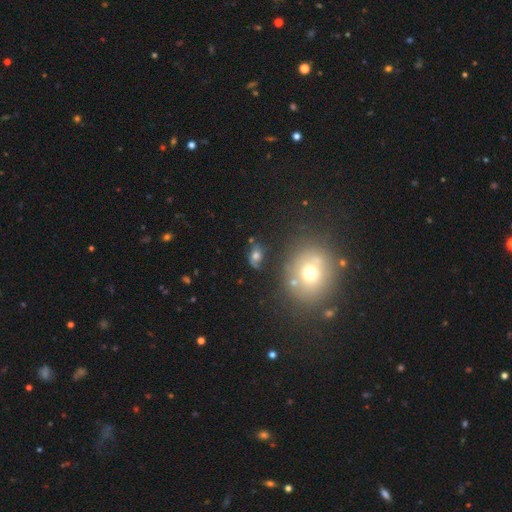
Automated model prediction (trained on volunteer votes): A smooth galaxy with no disk features (52%) that is in between round and cigar-shaped (61%).

Vote fractions:
- Smooth or featured? smooth: 52% / featured or disk: 29% / star or artifact: 18%
- How rounded? in between: 61% / round: 37% / cigar-shaped: 3%
- Merging? none: 60% / minor disturbance: 20% / major disturbance: 12% / merger: 8%